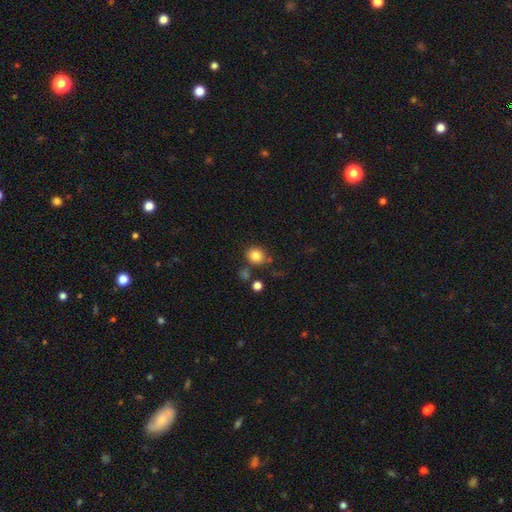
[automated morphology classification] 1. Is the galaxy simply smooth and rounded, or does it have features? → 83% smooth, 11% star or artifact, 6% featured or disk.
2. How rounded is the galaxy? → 74% round, 25% in between, 1% cigar-shaped.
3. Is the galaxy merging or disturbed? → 75% none, 13% minor disturbance, 9% merger, 4% major disturbance.